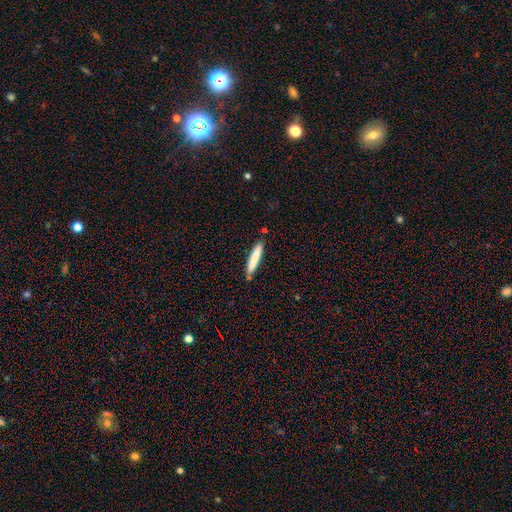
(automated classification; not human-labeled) This is likely a smooth galaxy (79%). How rounded: clearly cigar-shaped (92%). Merging: clearly none (83%).